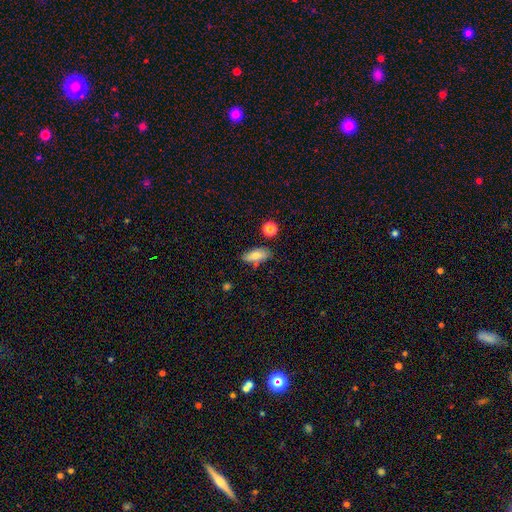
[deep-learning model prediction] Smooth or featured: smooth — 76% (featured or disk — 16%)
How rounded: in between — 76% (cigar-shaped — 20%)
Merging: none — 72% (minor disturbance — 18%)